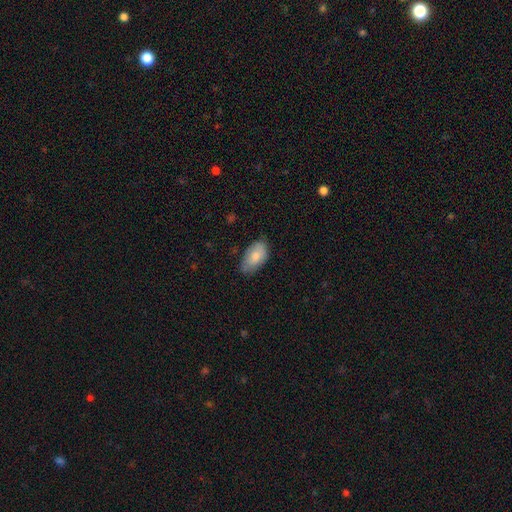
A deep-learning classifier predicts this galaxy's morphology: Smooth or featured? Predicted: smooth (p=0.79). How rounded? Predicted: in between (p=0.94). Merging? Predicted: none (p=0.70).